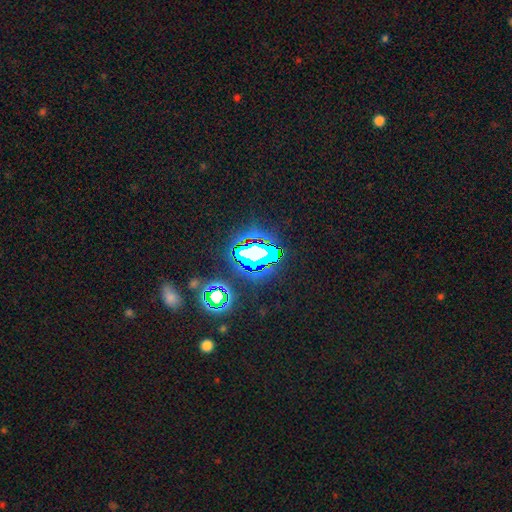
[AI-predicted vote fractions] This appears to be a star or artifact, not a galaxy (69%).